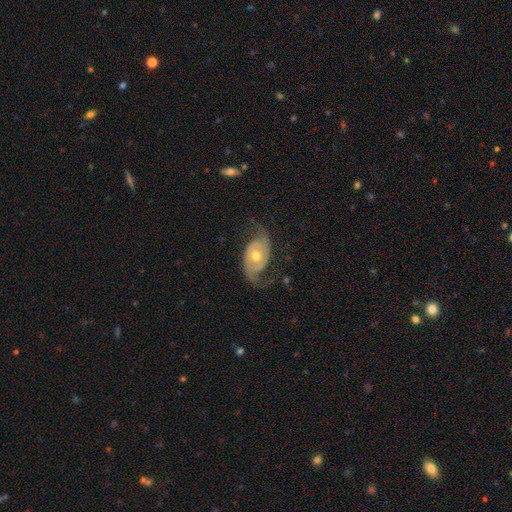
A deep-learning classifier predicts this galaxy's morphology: featured or disk 88%, smooth 7%, star or artifact 5%. Down the decision tree: edge-on disk — no (97%); bar — no (70%); spiral arms — yes (96%); spiral arm count — 2 (92%); spiral winding — loose (42%); bulge size — moderate (70%); merging — none (70%).